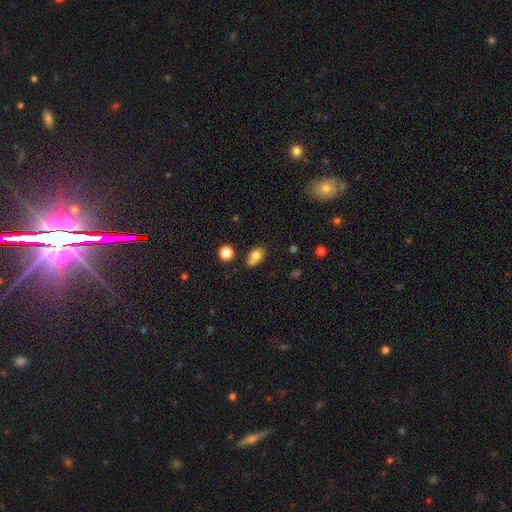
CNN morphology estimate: A smooth galaxy with no disk features (77%) that is in between round and cigar-shaped (65%).

Vote fractions:
- Smooth or featured? smooth: 77% / featured or disk: 12% / star or artifact: 11%
- How rounded? in between: 65% / round: 33% / cigar-shaped: 2%
- Merging? none: 44% / merger: 30% / minor disturbance: 19% / major disturbance: 6%